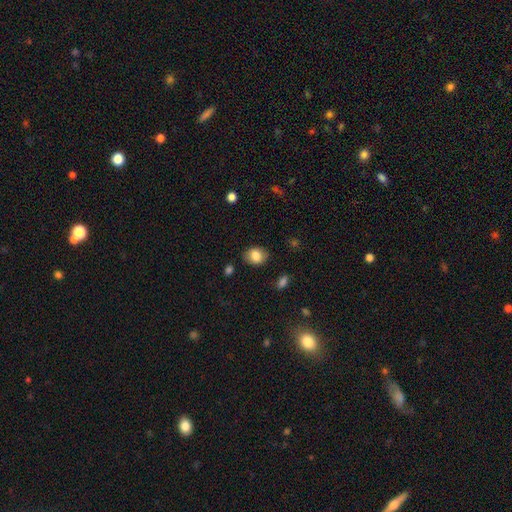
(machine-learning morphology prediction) A smooth galaxy with no disk features (82%) that is in between round and cigar-shaped (59%). Merging: none (84%).